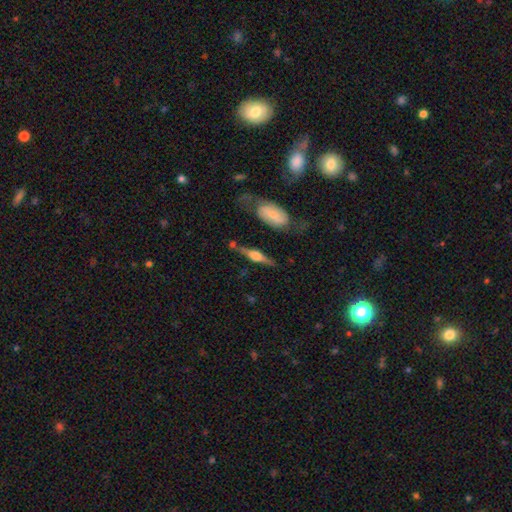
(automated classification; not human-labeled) Smooth or featured? Predicted: featured or disk (p=0.77). Edge-on disk? Predicted: yes (p=0.95). Edge-on bulge? Predicted: rounded (p=0.89). Merging? Predicted: none (p=0.73).